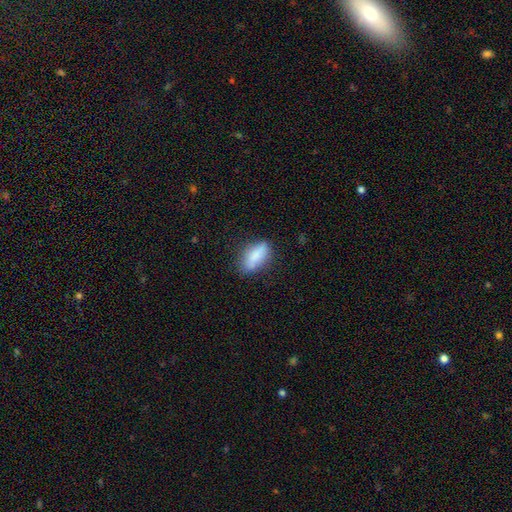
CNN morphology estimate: Smooth or featured: smooth — 77% (featured or disk — 15%)
How rounded: in between — 79% (cigar-shaped — 17%)
Merging: none — 69% (minor disturbance — 22%)